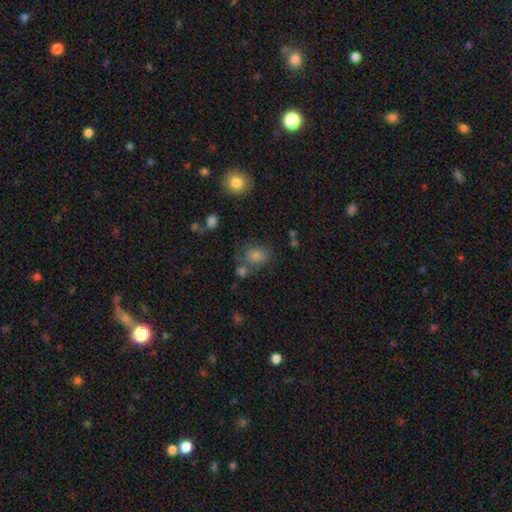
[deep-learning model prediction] Smooth or featured? Predicted: smooth (p=0.71). How rounded? Predicted: round (p=0.50). Merging? Predicted: none (p=0.64).